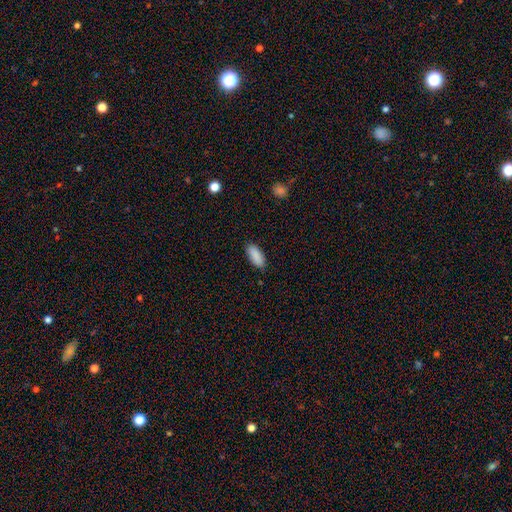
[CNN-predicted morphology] A smooth galaxy with no disk features (90%) that is in between round and cigar-shaped (85%).

Vote fractions:
- Smooth or featured? smooth: 90% / star or artifact: 6% / featured or disk: 4%
- How rounded? in between: 85% / cigar-shaped: 13% / round: 2%
- Merging? none: 87% / minor disturbance: 10% / major disturbance: 2% / merger: 1%